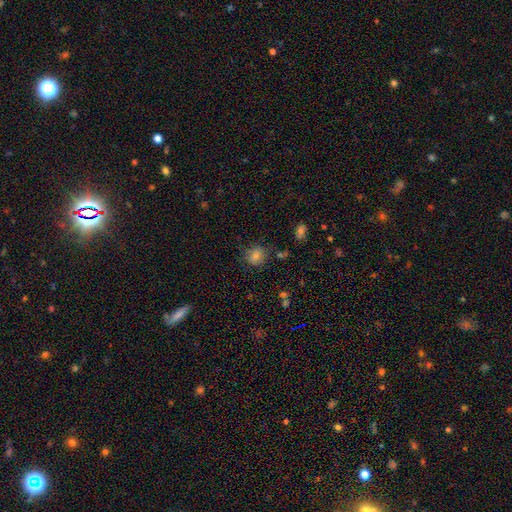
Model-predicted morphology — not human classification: Q: Smooth or featured?
A: smooth (72%); runner-up: star or artifact (19%)
Q: How rounded?
A: round (71%); runner-up: in between (28%)
Q: Merging?
A: none (79%); runner-up: minor disturbance (13%)